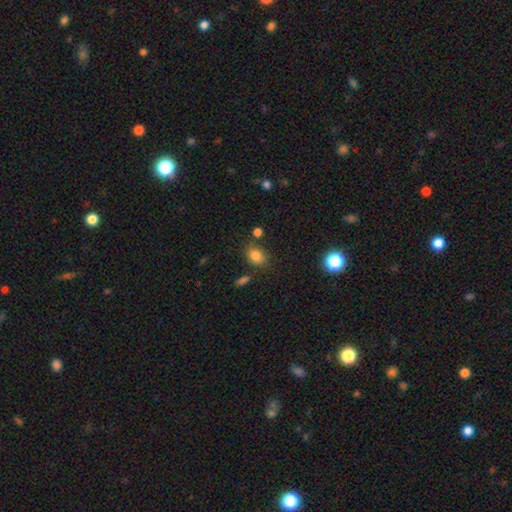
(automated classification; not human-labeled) Q: Smooth or featured?
A: smooth (82%); runner-up: star or artifact (12%)
Q: How rounded?
A: in between (66%); runner-up: round (33%)
Q: Merging?
A: none (75%); runner-up: minor disturbance (14%)